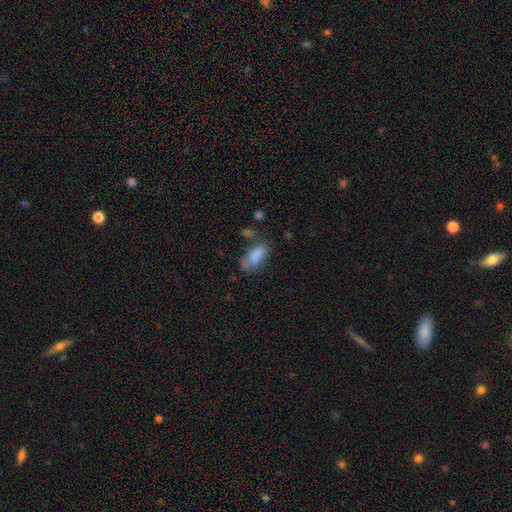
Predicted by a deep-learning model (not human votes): This appears to be a smooth galaxy with no disk features (79%) that is in between round and cigar-shaped (88%). Merging: none (45%).